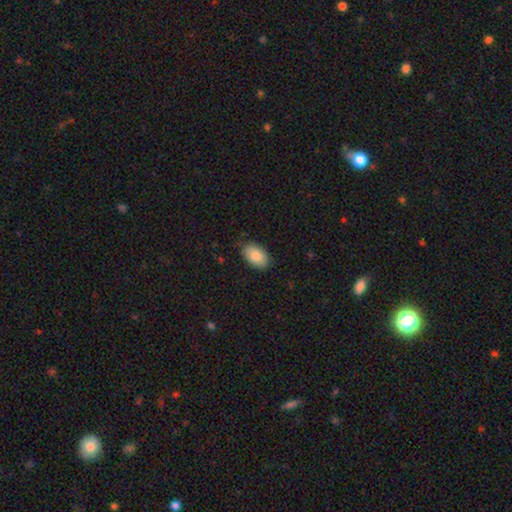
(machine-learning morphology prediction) This appears to be a smooth galaxy with no disk features (87%) that is in between round and cigar-shaped (93%). Merging: none (82%).